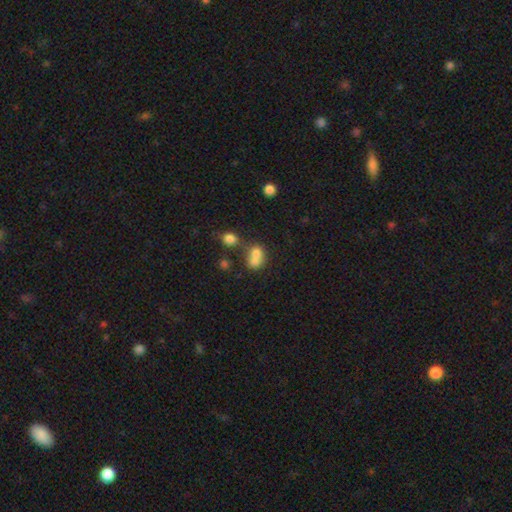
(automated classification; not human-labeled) Smooth or featured: smooth — 73% (featured or disk — 15%)
How rounded: in between — 53% (round — 45%)
Merging: merger — 58% (none — 26%)